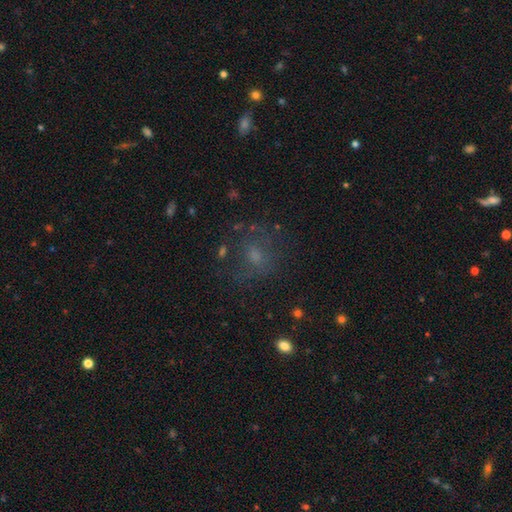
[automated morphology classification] Smooth or featured? smooth (45%)
Merging? none (63%)